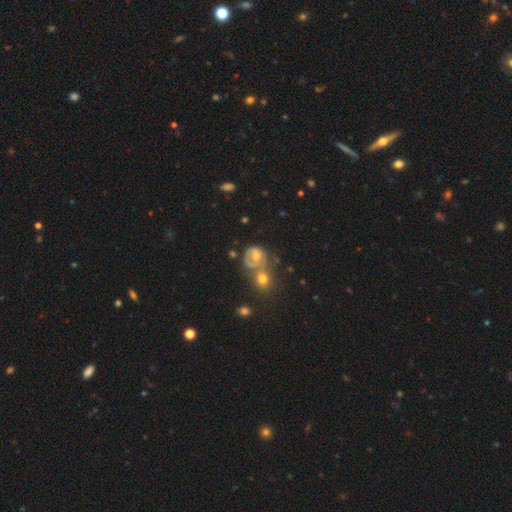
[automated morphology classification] Q: Smooth or featured?
A: featured or disk (44%); runner-up: smooth (43%)
Q: Merging?
A: none (34%); runner-up: merger (31%)